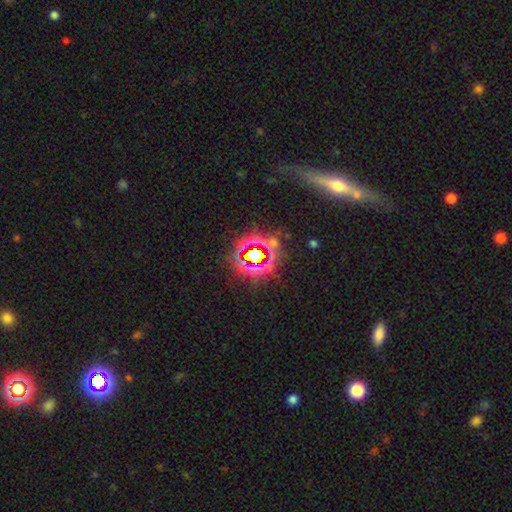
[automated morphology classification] A star or artifact, not a galaxy (77%).